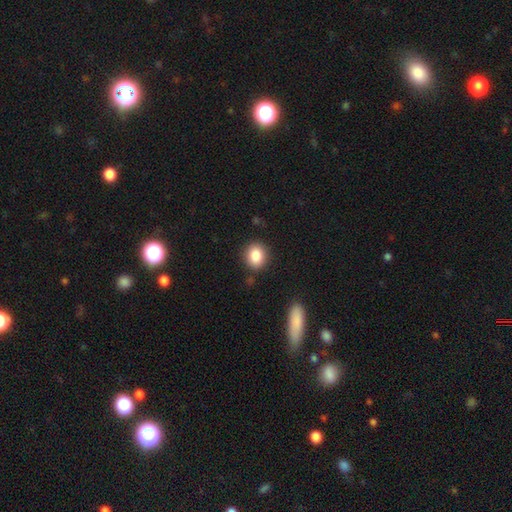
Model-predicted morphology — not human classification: Smooth or featured: smooth — 86% (star or artifact — 9%)
How rounded: round — 62% (in between — 36%)
Merging: none — 87% (minor disturbance — 9%)